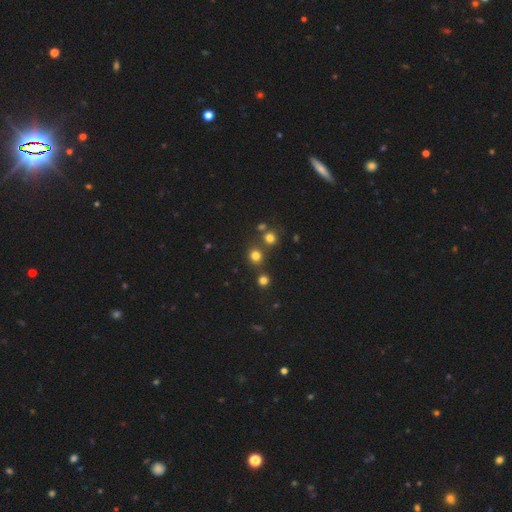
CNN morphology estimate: Smooth or featured? smooth (74%)
How rounded? round (87%)
Merging? none (74%)